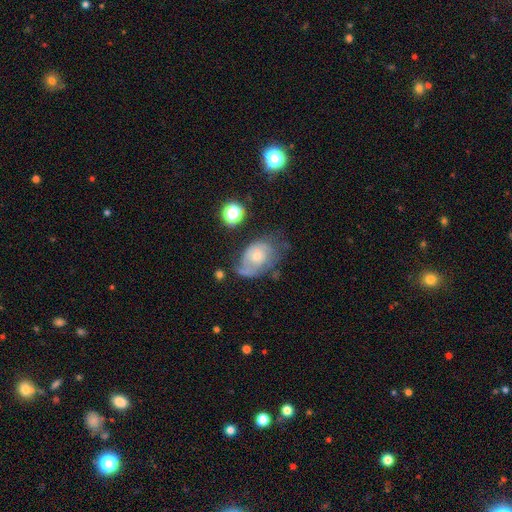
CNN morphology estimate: A featured or disk galaxy (62%) with no bar (77%), spiral arms (73%) and a small central bulge (54%).

Vote fractions:
- Smooth or featured? featured or disk: 62% / smooth: 28% / star or artifact: 10%
- Edge-on disk? no: 96% / yes: 4%
- Bar? no: 77% / weak: 20% / strong: 3%
- Spiral arms? yes: 73% / no: 27%
- Bulge size? small: 54% / moderate: 39% / none: 3% / large: 3% / dominant: 1%
- Merging? none: 43% / minor disturbance: 30% / major disturbance: 22% / merger: 5%